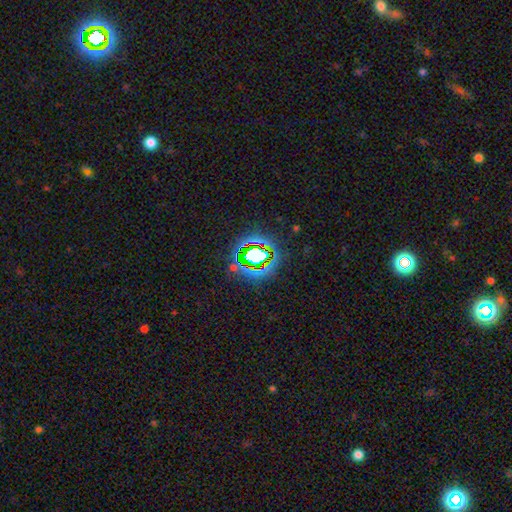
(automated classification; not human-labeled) Overall: star or artifact (66%).